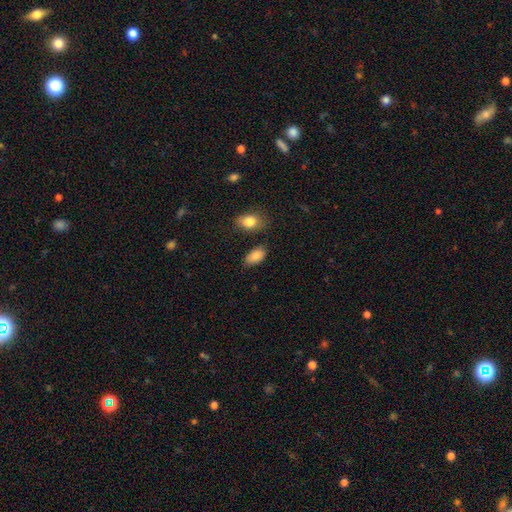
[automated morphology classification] smooth-or-featured: smooth: 85% | star or artifact: 8% | featured or disk: 7%
  how-rounded: in between: 93% | round: 5% | cigar-shaped: 2%
  merging: none: 75% | minor disturbance: 16% | merger: 5% | major disturbance: 4%